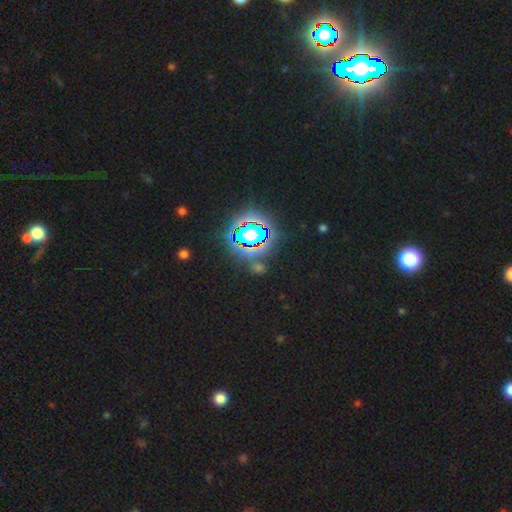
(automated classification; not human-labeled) Smooth or featured? Predicted: star or artifact (p=0.82).